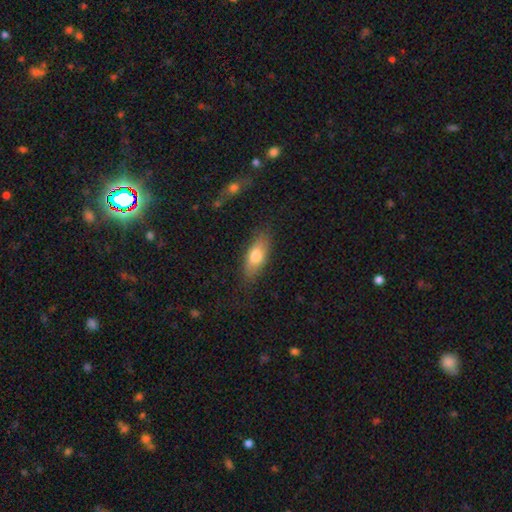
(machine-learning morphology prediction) smooth 72%, featured or disk 22%, star or artifact 7%. Down the decision tree: how rounded — in between (73%); merging — none (78%).